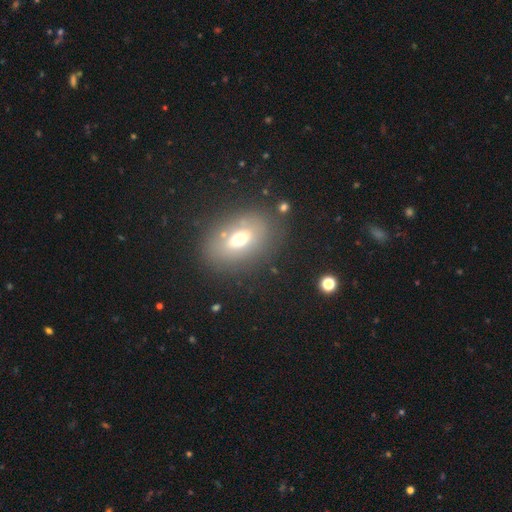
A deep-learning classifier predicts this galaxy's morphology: Q: Smooth or featured?
A: smooth (56%); runner-up: featured or disk (25%)
Q: How rounded?
A: in between (78%); runner-up: round (20%)
Q: Merging?
A: none (84%); runner-up: minor disturbance (10%)